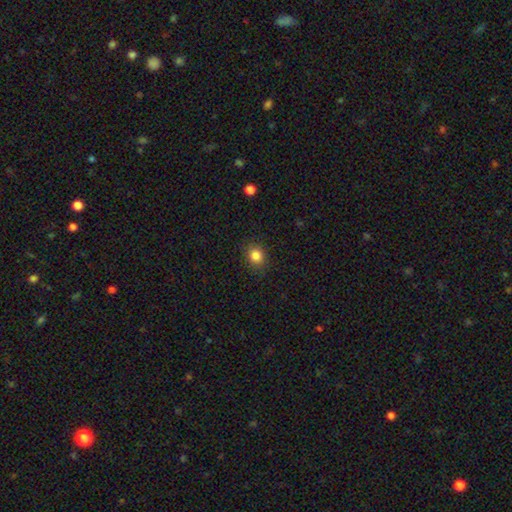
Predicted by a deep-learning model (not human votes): This is clearly a smooth galaxy (84%). How rounded: likely round (70%). Merging: clearly none (87%).